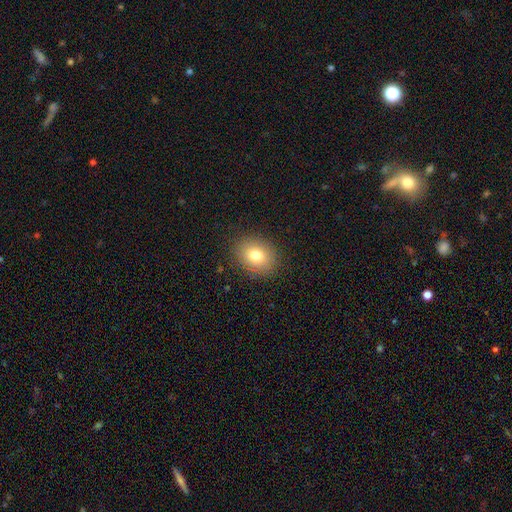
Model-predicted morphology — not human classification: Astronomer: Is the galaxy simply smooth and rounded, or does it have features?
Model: smooth — 78%.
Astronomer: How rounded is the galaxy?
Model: round — 55% (runner-up: in between, 44%).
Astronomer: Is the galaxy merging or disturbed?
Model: none — 87%.